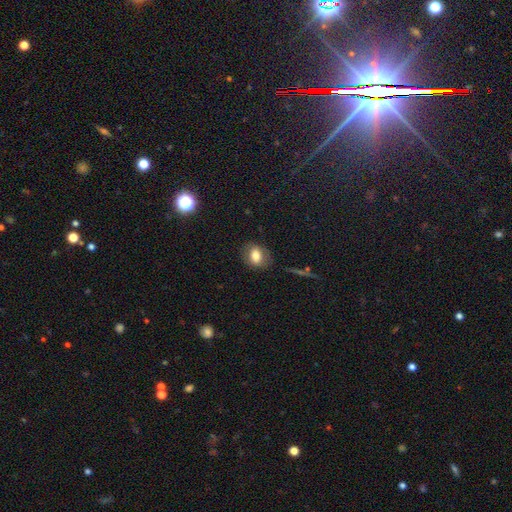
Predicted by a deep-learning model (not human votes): smooth-or-featured: smooth: 75% | featured or disk: 15% | star or artifact: 9%
  how-rounded: in between: 65% | round: 33% | cigar-shaped: 2%
  merging: none: 80% | minor disturbance: 14% | major disturbance: 4% | merger: 1%